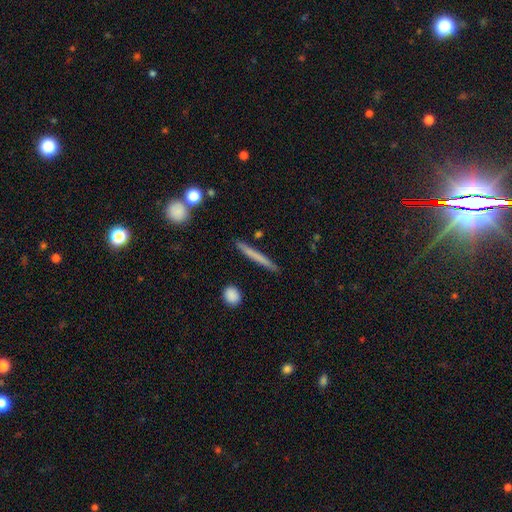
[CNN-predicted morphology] The model was most divided on "smooth or featured": smooth: 60%, featured or disk: 33%, star or artifact: 7%. More confident: how rounded — cigar-shaped (95%); merging — none (90%).